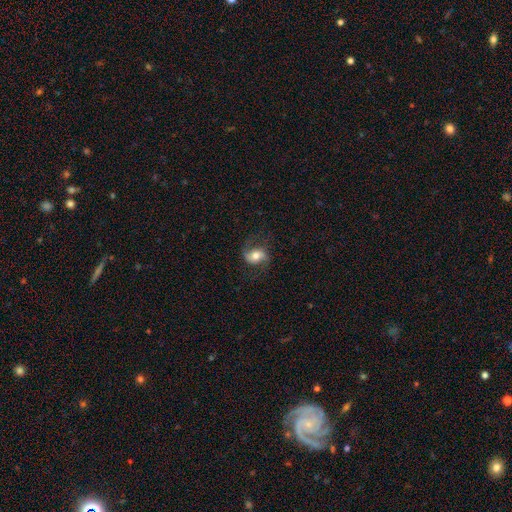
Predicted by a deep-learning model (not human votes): This is possibly a featured or disk galaxy (55%). It is clearly not viewed edge-on (95%). Bar: possibly no (46%). Spiral arm pattern: clearly yes (86%). Central bulge: likely moderate (61%). Merging: likely none (70%).